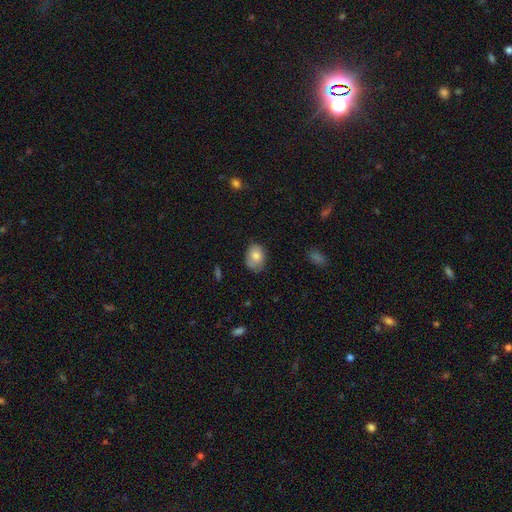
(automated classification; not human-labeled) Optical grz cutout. It shows a smooth galaxy with no disk features (78%) that is in between round and cigar-shaped (69%). Merging: none (67%).